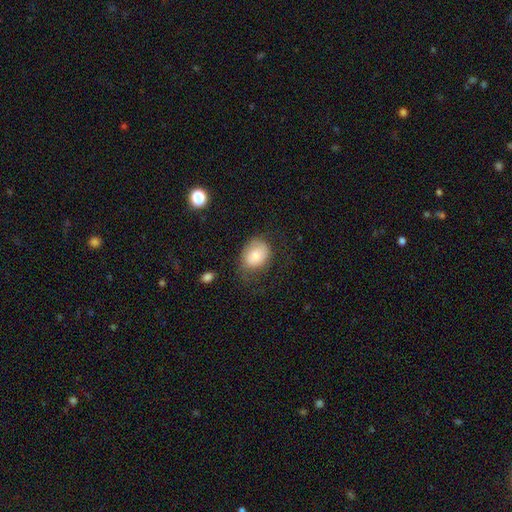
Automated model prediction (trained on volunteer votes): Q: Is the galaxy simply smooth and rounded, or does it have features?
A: smooth — 76%.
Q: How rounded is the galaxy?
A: in between — 59%.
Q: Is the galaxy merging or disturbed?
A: none — 50%.